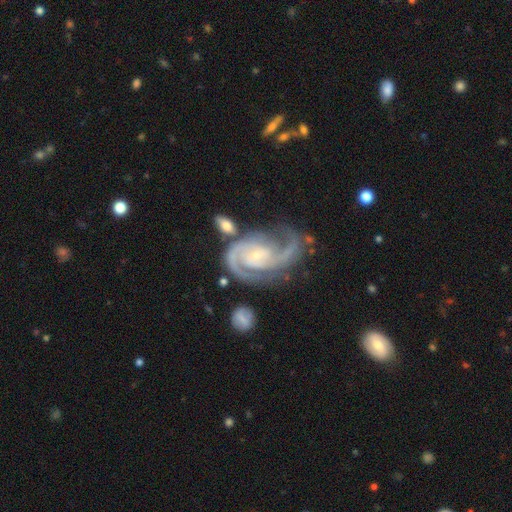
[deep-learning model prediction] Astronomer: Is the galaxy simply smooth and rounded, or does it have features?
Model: featured or disk — 92%.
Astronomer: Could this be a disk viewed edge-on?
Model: no — 98%.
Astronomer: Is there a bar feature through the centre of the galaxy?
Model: no — 57% (runner-up: weak, 32%).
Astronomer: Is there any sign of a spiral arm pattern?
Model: yes — 98%.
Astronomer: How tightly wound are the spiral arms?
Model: medium — 49% (runner-up: tight, 40%).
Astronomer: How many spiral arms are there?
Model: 2 — 79%.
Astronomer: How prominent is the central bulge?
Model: small — 78%.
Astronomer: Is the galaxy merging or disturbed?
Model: none — 53%.